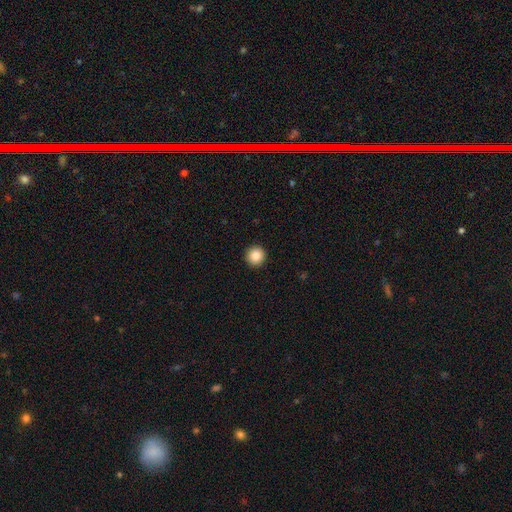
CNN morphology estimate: Smooth or featured: smooth — 86% (star or artifact — 9%)
How rounded: round — 95% (in between — 4%)
Merging: none — 94% (minor disturbance — 4%)